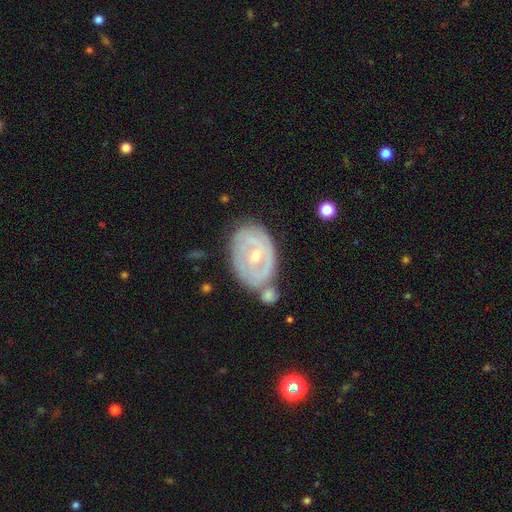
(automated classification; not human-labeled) This appears to be a featured or disk galaxy (75%) with no bar (60%), spiral arms (62%) and a moderate central bulge (49%). Merging: none (56%).